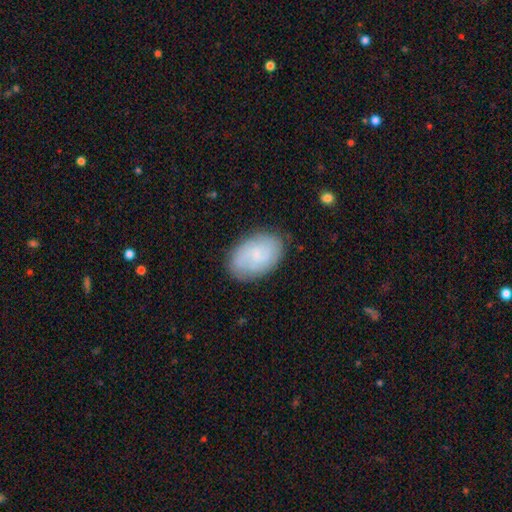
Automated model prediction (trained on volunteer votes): The model was most divided on "smooth or featured": smooth: 47%, featured or disk: 46%, star or artifact: 8%. More confident: merging — none (80%).